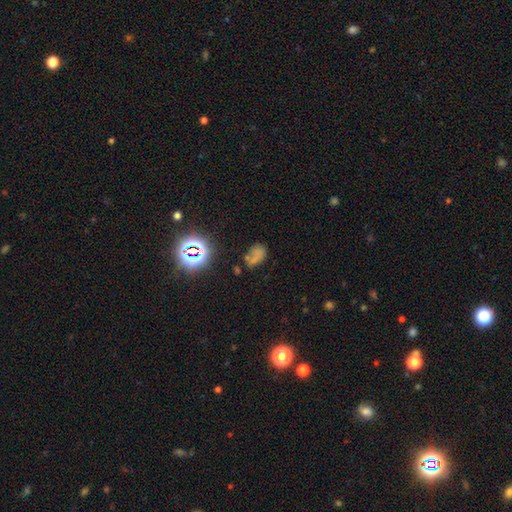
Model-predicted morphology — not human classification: smooth 49%, star or artifact 33%, featured or disk 18%. Down the decision tree: merging — none (48%).